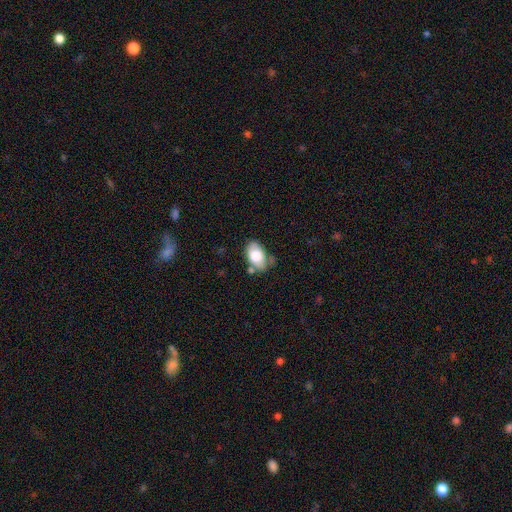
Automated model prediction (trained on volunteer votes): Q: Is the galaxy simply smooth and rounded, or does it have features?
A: smooth — 76%.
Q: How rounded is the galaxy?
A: in between — 92%.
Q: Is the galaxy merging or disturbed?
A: none — 54%.